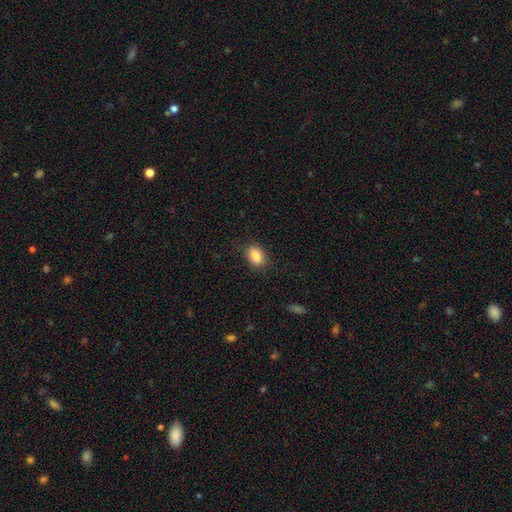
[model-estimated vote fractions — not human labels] Overall: smooth (87%). How rounded: in between (83%). Merging: none (84%).